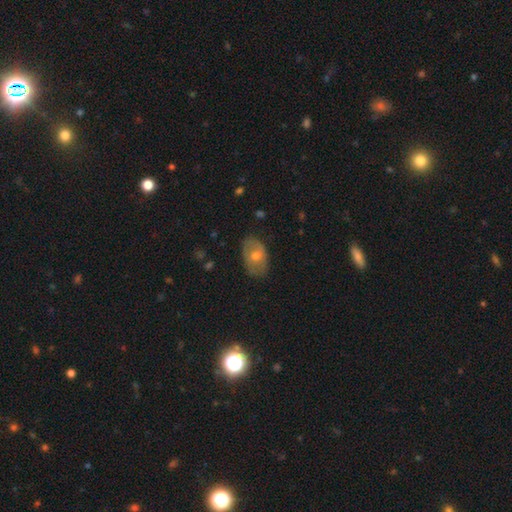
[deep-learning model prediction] Smooth or featured? smooth (52%)
How rounded? in between (86%)
Merging? none (78%)